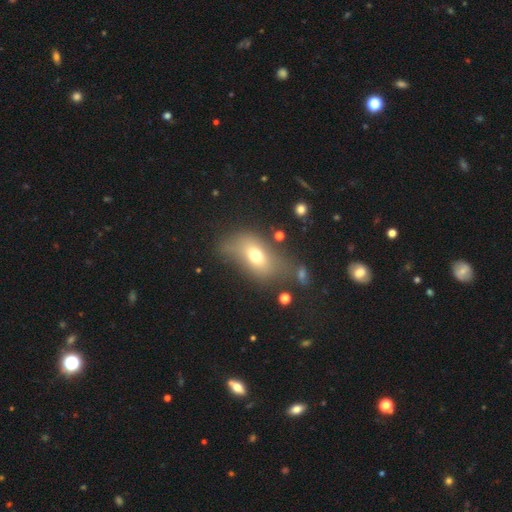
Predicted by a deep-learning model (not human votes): smooth_or_featured: smooth (p=0.66) [alt: featured or disk p=0.23]
how_rounded: in between (p=0.82) [alt: round p=0.13]
merging: none (p=0.52) [alt: minor disturbance p=0.23]